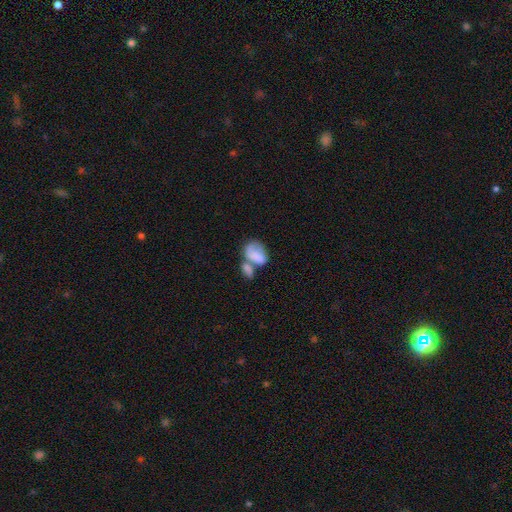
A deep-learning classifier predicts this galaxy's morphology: A smooth galaxy with no disk features (70%) that is in between round and cigar-shaped (85%). Merging: merger (59%).